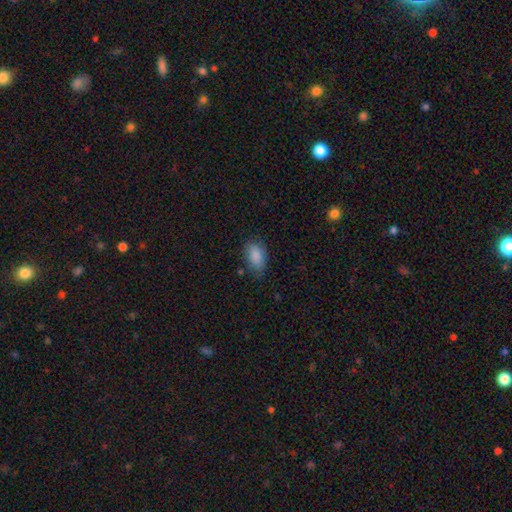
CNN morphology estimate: Smooth or featured?
  - smooth: 88% *
  - star or artifact: 7%
  - featured or disk: 5%
How rounded?
  - in between: 91% *
  - round: 6%
  - cigar-shaped: 3%
Merging?
  - none: 73% *
  - minor disturbance: 21%
  - major disturbance: 5%
  - merger: 2%